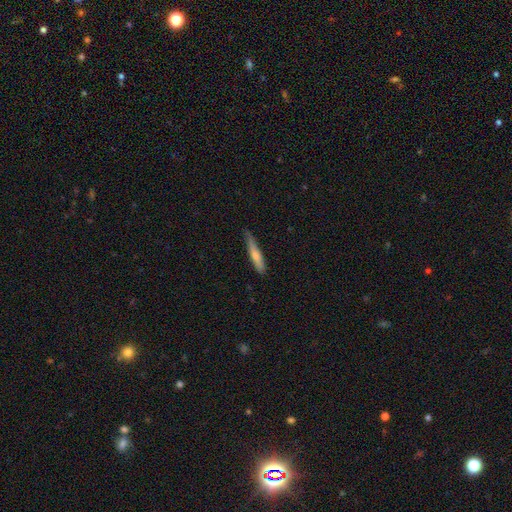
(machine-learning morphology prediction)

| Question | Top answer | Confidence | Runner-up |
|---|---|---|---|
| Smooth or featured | smooth | 68% | featured or disk (27%) |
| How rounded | cigar-shaped | 90% | in between (8%) |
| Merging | none | 66% | minor disturbance (28%) |